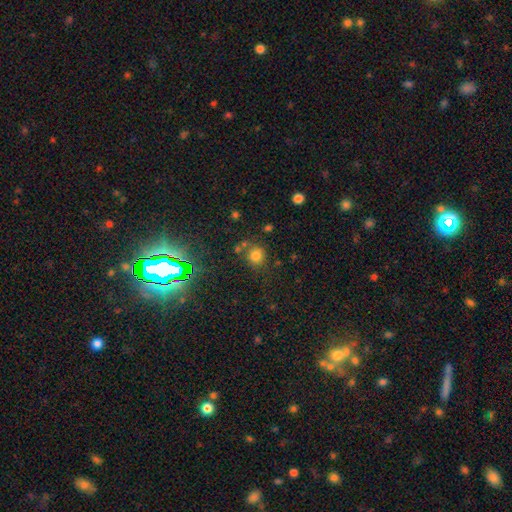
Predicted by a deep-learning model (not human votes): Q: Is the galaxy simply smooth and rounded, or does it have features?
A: smooth — 73%.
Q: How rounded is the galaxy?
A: round — 88%.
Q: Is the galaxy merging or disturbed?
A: none — 70%.